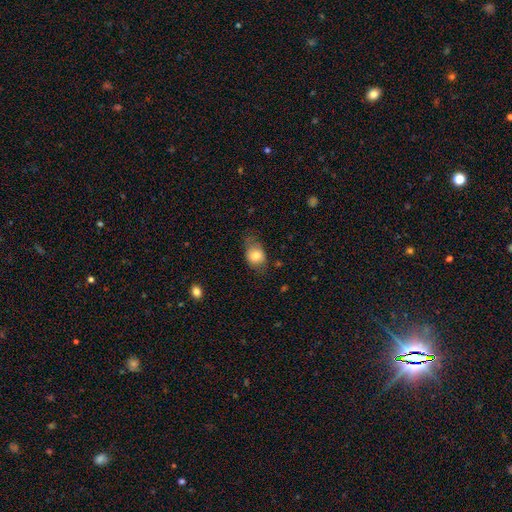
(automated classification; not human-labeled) Morphology: type=smooth (78%); roundness=in between (61%); merging=none (55%).